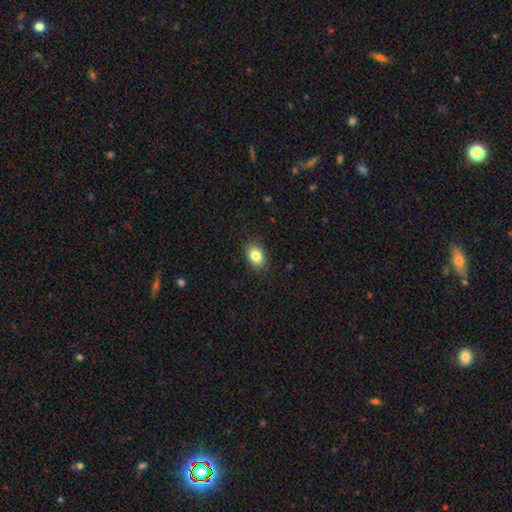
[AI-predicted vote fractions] Smooth or featured: smooth — 84% (star or artifact — 8%)
How rounded: in between — 82% (round — 17%)
Merging: none — 88% (minor disturbance — 9%)